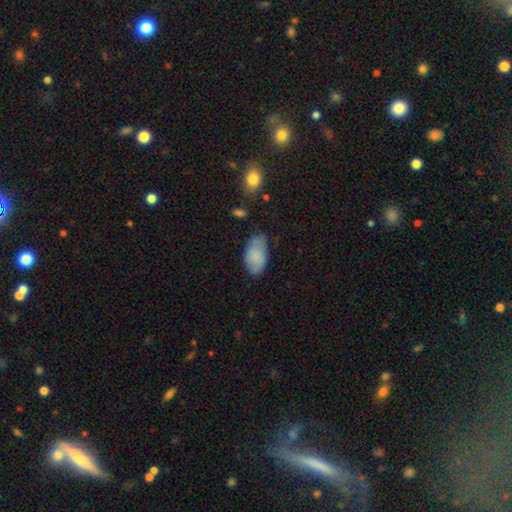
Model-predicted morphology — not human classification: Overall: smooth (81%). How rounded: in between (94%). Merging: none (64%; minor disturbance 27%).